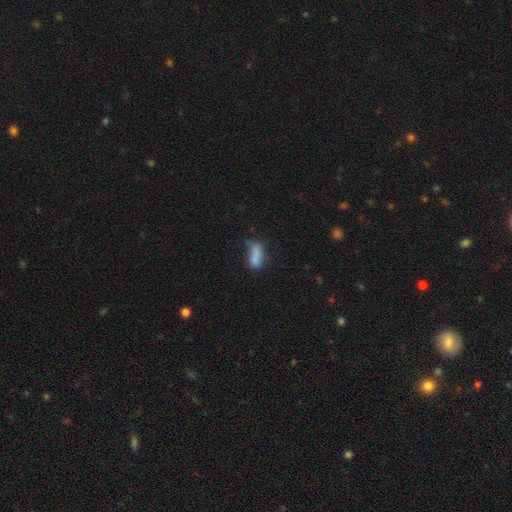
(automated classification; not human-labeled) smooth-or-featured: smooth: 80% | featured or disk: 10% | star or artifact: 10%
  how-rounded: in between: 71% | cigar-shaped: 26% | round: 3%
  merging: none: 42% | minor disturbance: 32% | major disturbance: 18% | merger: 8%